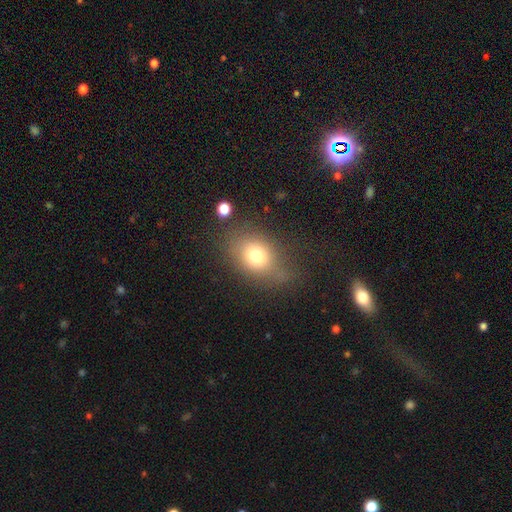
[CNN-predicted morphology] Smooth or featured? Predicted: smooth (p=0.74). How rounded? Predicted: in between (p=0.63). Merging? Predicted: none (p=0.60).